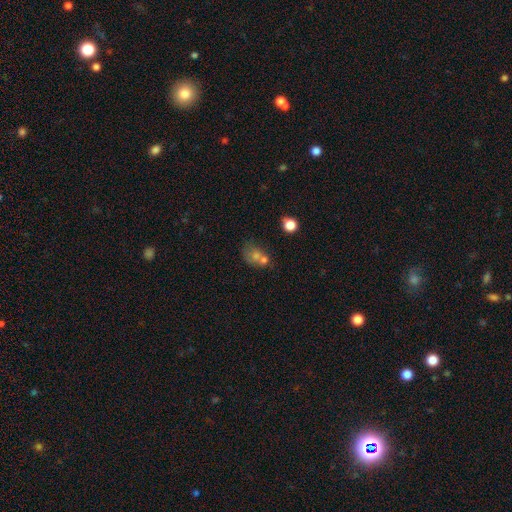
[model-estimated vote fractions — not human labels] smooth-or-featured: smooth: 63% | featured or disk: 21% | star or artifact: 16%
  how-rounded: in between: 50% | round: 49% | cigar-shaped: 2%
  merging: merger: 44% | none: 31% | minor disturbance: 14% | major disturbance: 11%